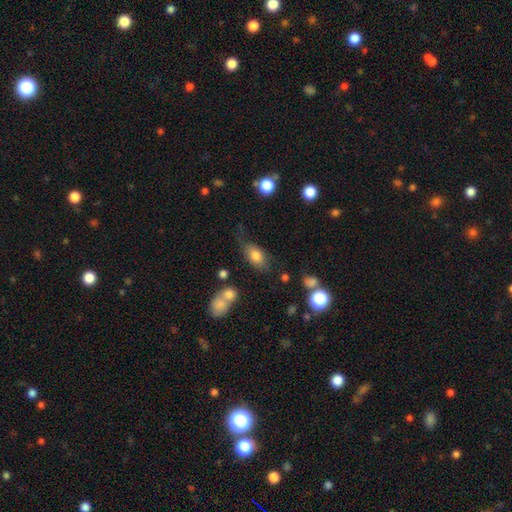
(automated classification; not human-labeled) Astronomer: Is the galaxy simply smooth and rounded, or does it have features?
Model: smooth — 76%.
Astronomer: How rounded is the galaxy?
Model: in between — 86%.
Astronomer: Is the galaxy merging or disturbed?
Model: none — 57%.